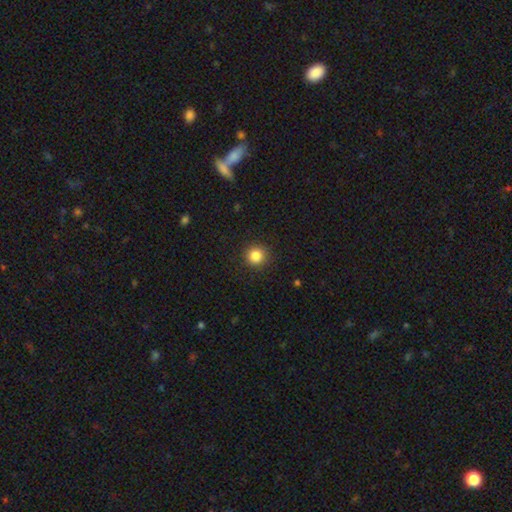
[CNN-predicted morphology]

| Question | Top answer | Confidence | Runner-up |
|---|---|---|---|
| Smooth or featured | smooth | 85% | star or artifact (11%) |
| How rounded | round | 94% | in between (5%) |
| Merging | none | 90% | minor disturbance (6%) |